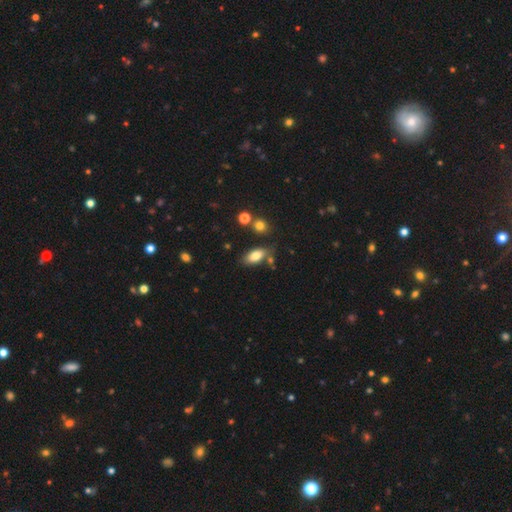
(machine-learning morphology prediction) A smooth galaxy with no disk features (81%) that is in between round and cigar-shaped (88%).

Vote fractions:
- Smooth or featured? smooth: 81% / featured or disk: 11% / star or artifact: 8%
- How rounded? in between: 88% / cigar-shaped: 8% / round: 4%
- Merging? none: 71% / minor disturbance: 15% / merger: 10% / major disturbance: 4%